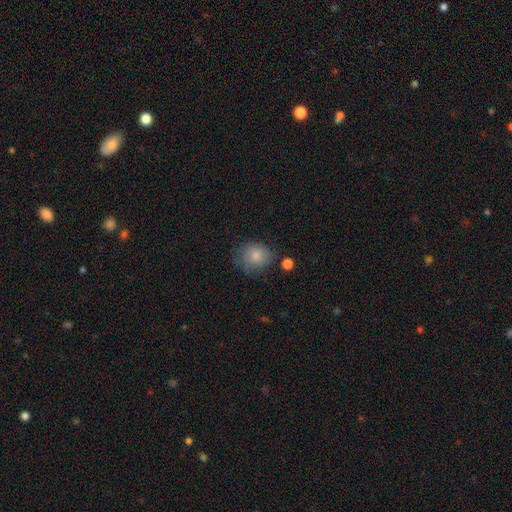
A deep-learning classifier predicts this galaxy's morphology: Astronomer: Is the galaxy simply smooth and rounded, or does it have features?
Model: smooth — 81%.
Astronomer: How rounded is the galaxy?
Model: round — 75%.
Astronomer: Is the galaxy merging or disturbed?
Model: none — 62%.